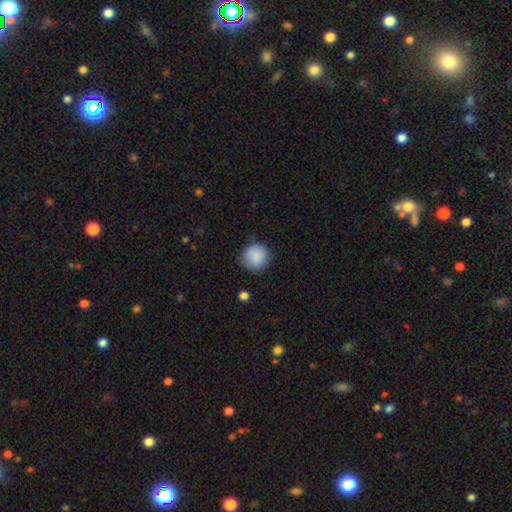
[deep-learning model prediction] smooth-or-featured: smooth: 88% | star or artifact: 7% | featured or disk: 5%
  how-rounded: round: 93% | in between: 6% | cigar-shaped: 1%
  merging: none: 85% | minor disturbance: 11% | major disturbance: 3% | merger: 1%